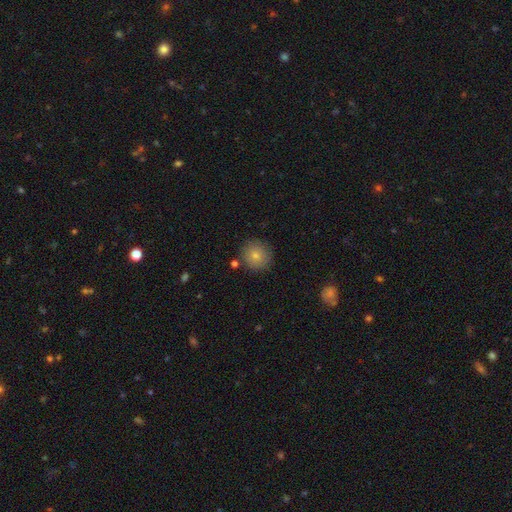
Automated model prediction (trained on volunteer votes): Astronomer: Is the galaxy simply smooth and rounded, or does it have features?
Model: smooth — 80%.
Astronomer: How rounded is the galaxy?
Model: round — 92%.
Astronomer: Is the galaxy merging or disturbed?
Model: none — 84%.